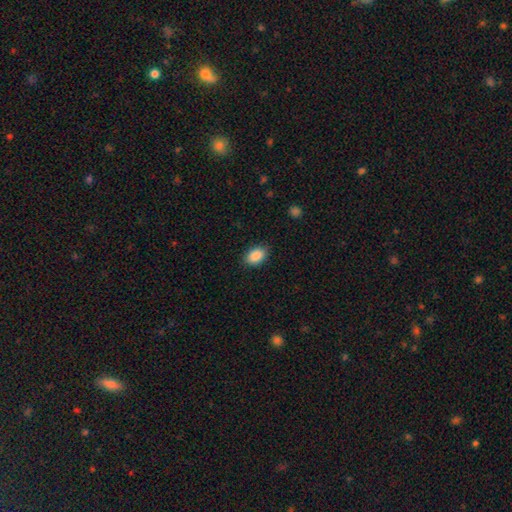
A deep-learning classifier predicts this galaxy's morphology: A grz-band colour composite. It shows a smooth galaxy with no disk features (89%) that is in between round and cigar-shaped (86%). Merging: none (87%).